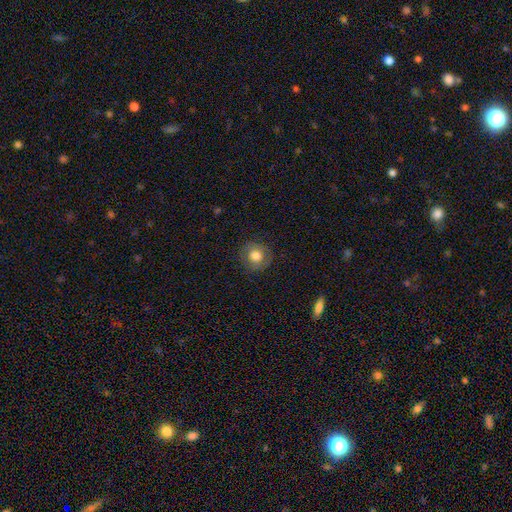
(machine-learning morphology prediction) This is likely a smooth galaxy (74%). How rounded: clearly round (90%). Merging: clearly none (84%).